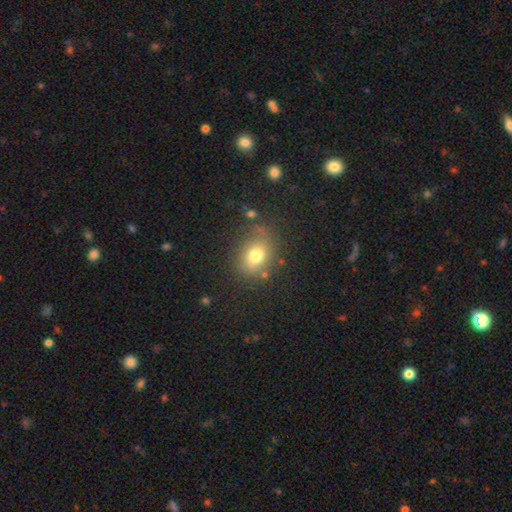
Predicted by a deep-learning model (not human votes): A smooth galaxy with no disk features (73%) that is in between round and cigar-shaped (50%).

Vote fractions:
- Smooth or featured? smooth: 73% / featured or disk: 14% / star or artifact: 13%
- How rounded? in between: 50% / round: 49% / cigar-shaped: 1%
- Merging? none: 67% / minor disturbance: 19% / major disturbance: 9% / merger: 5%